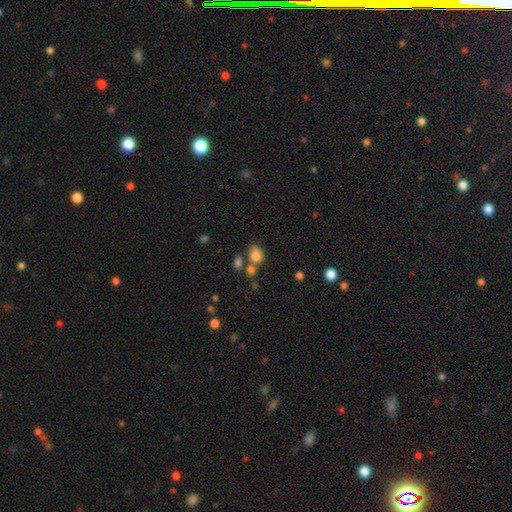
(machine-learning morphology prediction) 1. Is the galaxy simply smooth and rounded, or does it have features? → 82% smooth, 11% star or artifact, 7% featured or disk.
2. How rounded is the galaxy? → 60% in between, 39% round, 1% cigar-shaped.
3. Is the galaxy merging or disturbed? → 49% none, 28% merger, 16% minor disturbance, 7% major disturbance.